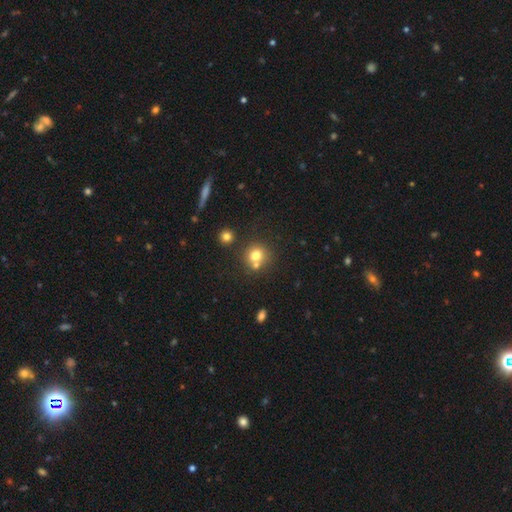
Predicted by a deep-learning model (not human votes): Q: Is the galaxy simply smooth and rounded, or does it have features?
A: smooth — 75%.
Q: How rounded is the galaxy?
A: round — 86%.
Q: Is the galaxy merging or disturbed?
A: none — 58%.